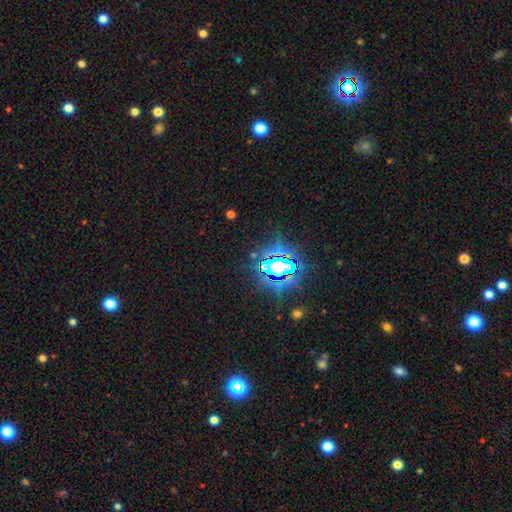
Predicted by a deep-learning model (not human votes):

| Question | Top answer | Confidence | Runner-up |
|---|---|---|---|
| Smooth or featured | star or artifact | 79% | smooth (13%) |